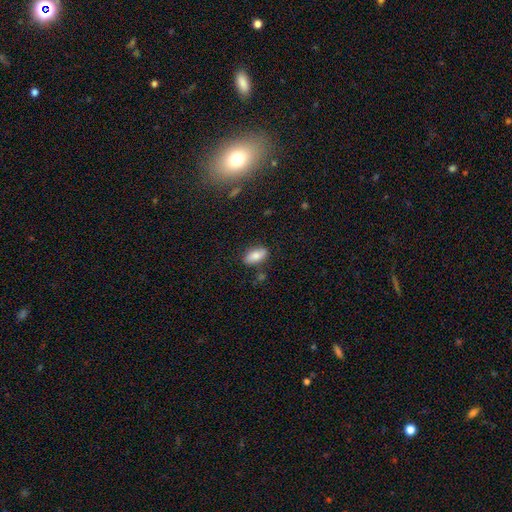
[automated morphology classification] smooth_or_featured: smooth (p=0.81) [alt: featured or disk p=0.11]
how_rounded: in between (p=0.88) [alt: cigar-shaped p=0.09]
merging: none (p=0.81) [alt: minor disturbance p=0.13]